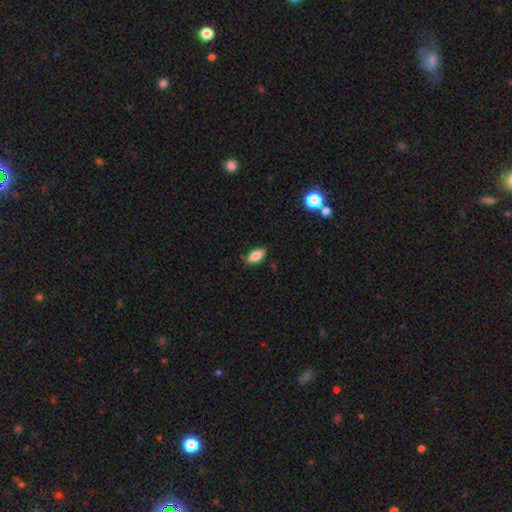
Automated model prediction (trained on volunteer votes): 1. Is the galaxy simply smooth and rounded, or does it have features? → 82% smooth, 11% featured or disk, 7% star or artifact.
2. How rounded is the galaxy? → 88% in between, 9% cigar-shaped, 3% round.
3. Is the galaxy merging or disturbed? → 85% none, 12% minor disturbance, 2% major disturbance, 1% merger.